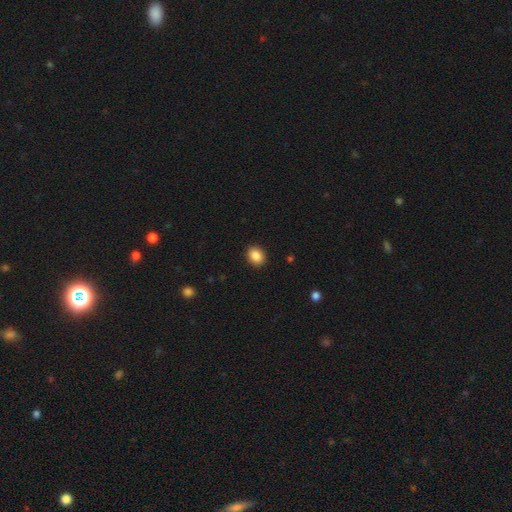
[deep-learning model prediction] Overall: smooth (87%). How rounded: round (54%; in between 45%). Merging: none (91%).